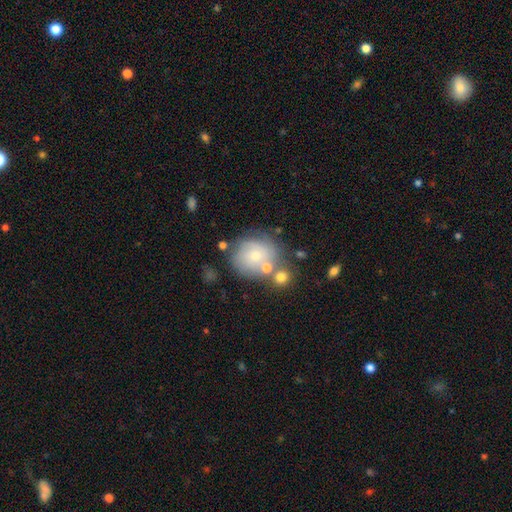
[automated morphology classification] smooth-or-featured: smooth: 49% | featured or disk: 40% | star or artifact: 11%
  merging: none: 56% | minor disturbance: 18% | merger: 17% | major disturbance: 9%